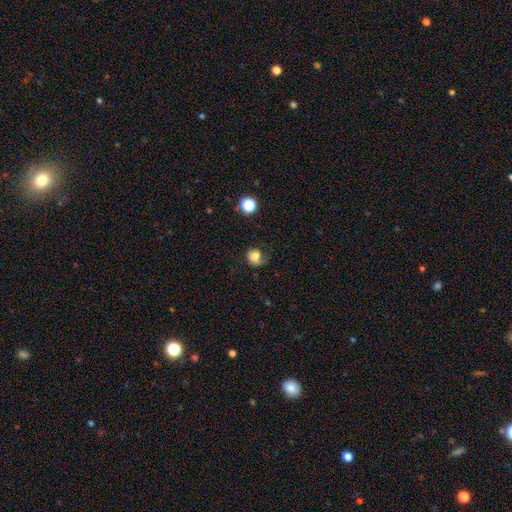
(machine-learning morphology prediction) This is likely a smooth galaxy (69%). How rounded: likely round (61%). Merging: marginally none (38%).